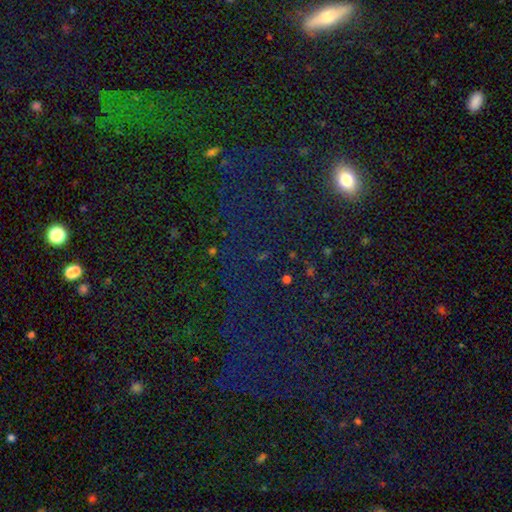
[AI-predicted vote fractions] smooth_or_featured: star or artifact (p=0.49) [alt: smooth p=0.41]